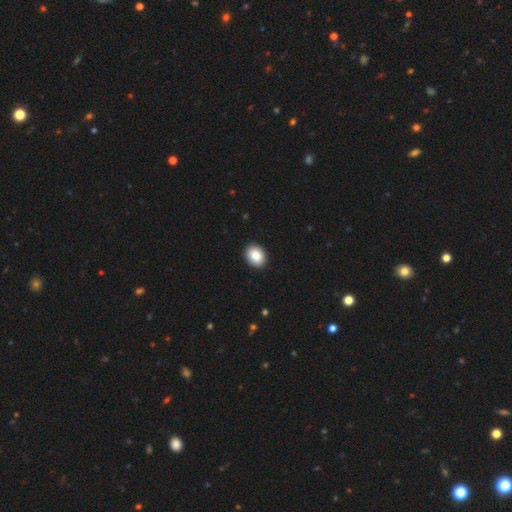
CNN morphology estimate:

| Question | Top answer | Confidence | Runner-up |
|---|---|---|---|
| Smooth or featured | smooth | 88% | star or artifact (8%) |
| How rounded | in between | 62% | round (37%) |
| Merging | none | 91% | minor disturbance (6%) |